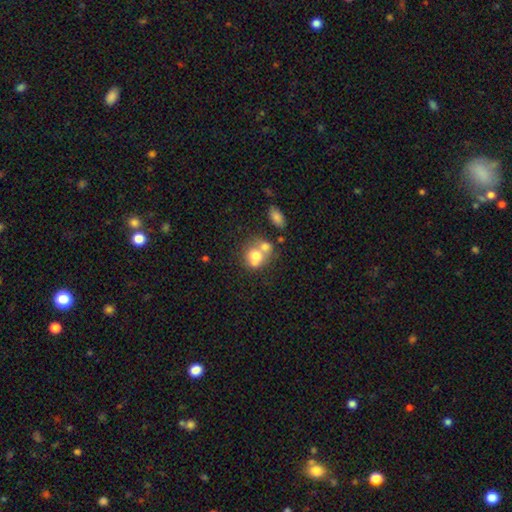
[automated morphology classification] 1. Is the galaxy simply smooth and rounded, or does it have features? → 66% smooth, 24% featured or disk, 10% star or artifact.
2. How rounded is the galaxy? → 65% round, 34% in between, 1% cigar-shaped.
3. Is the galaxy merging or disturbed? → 60% merger, 26% none, 9% minor disturbance, 5% major disturbance.